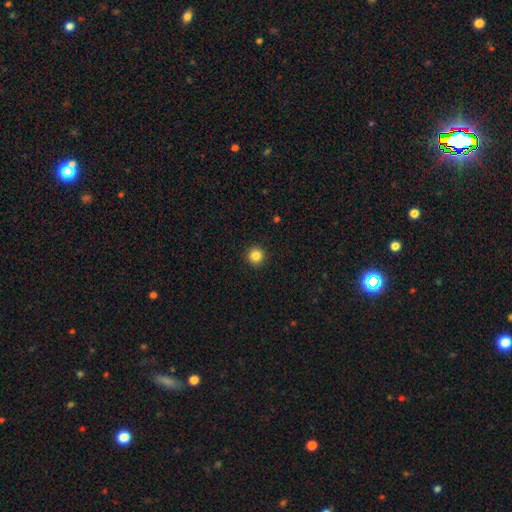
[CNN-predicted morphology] The model was most divided on "smooth or featured": smooth: 85%, star or artifact: 11%, featured or disk: 4%. More confident: how rounded — round (96%); merging — none (93%).